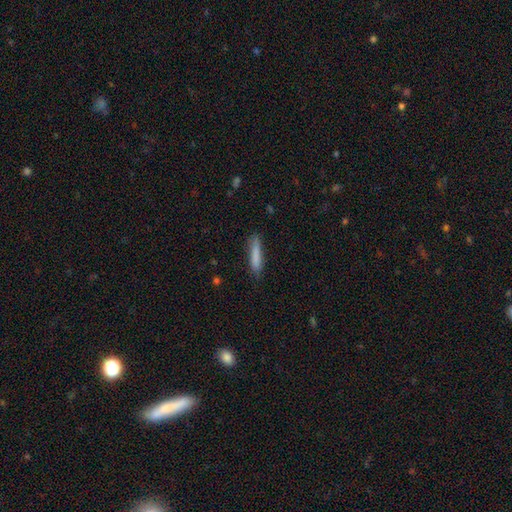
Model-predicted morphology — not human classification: This appears to be a smooth galaxy with no disk features (83%) that is cigar-shaped (87%). Merging: none (79%).